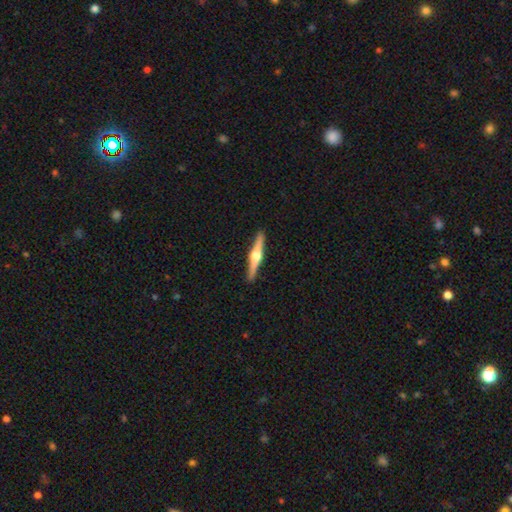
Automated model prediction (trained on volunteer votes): Overall: featured or disk (79%). Edge-on disk: yes (98%). Edge-on bulge: rounded (96%). Merging: none (93%).